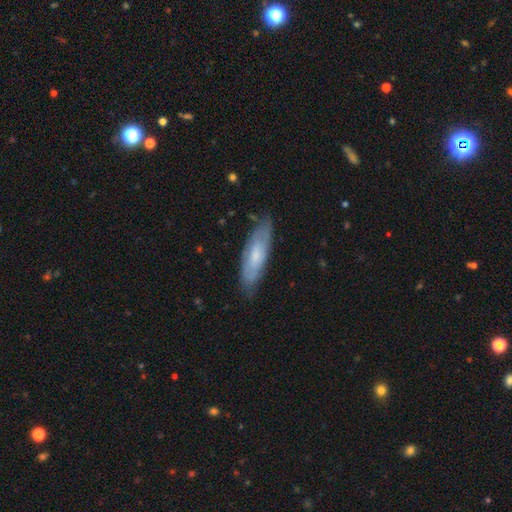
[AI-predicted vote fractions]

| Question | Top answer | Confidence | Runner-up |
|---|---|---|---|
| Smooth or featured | featured or disk | 48% | smooth (46%) |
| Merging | none | 78% | minor disturbance (17%) |